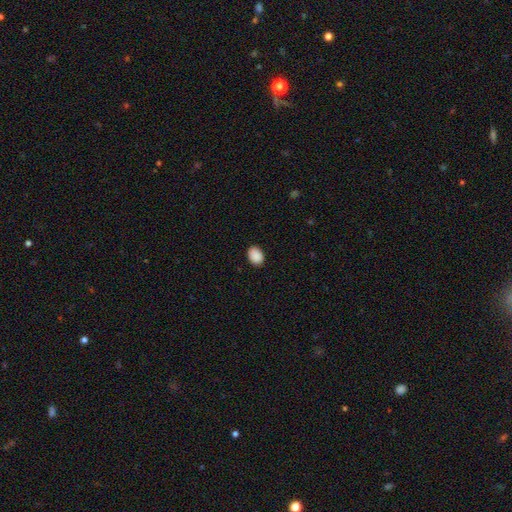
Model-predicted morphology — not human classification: A smooth galaxy with no disk features (90%) that is in between round and cigar-shaped (69%). Merging: none (88%).